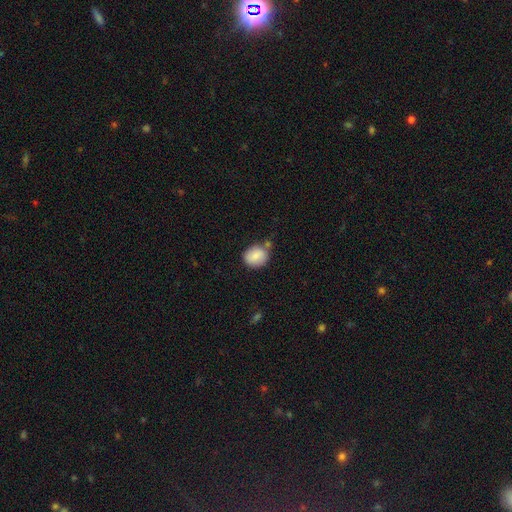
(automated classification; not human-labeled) smooth-or-featured: smooth: 85% | featured or disk: 8% | star or artifact: 8%
  how-rounded: round: 61% | in between: 38% | cigar-shaped: 1%
  merging: none: 67% | minor disturbance: 18% | merger: 12% | major disturbance: 4%